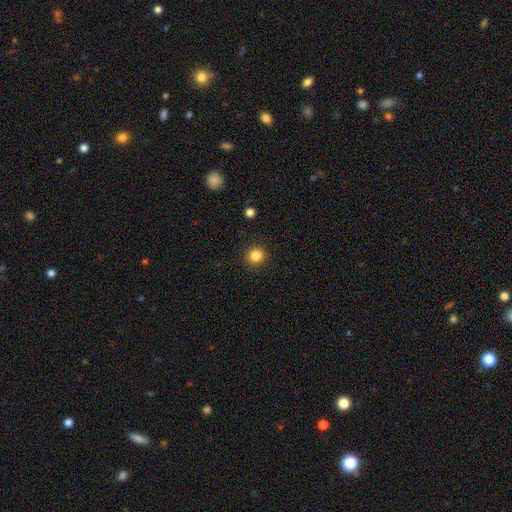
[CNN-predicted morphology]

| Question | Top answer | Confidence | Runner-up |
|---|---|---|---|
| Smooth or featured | smooth | 85% | star or artifact (11%) |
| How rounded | round | 93% | in between (6%) |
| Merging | none | 92% | minor disturbance (5%) |